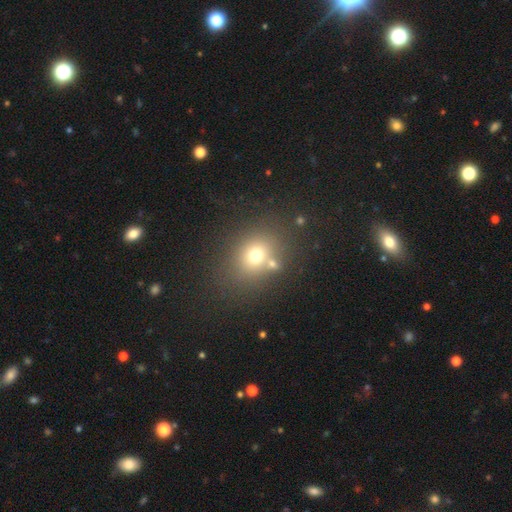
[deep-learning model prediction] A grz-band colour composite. It shows a smooth galaxy with no disk features (70%) that is round (61%). Merging: none (68%).